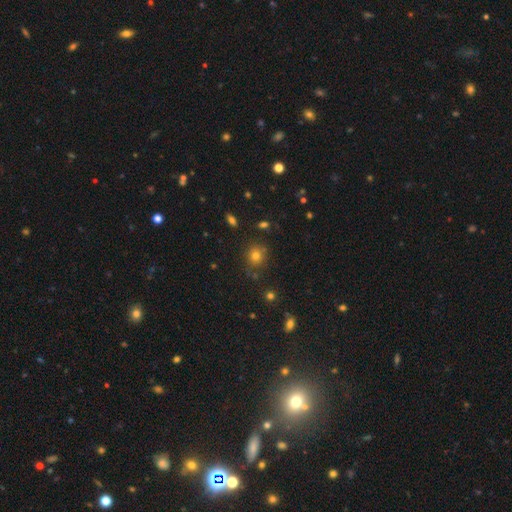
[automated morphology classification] Smooth or featured: smooth — 73% (star or artifact — 19%)
How rounded: round — 81% (in between — 18%)
Merging: none — 78% (minor disturbance — 13%)